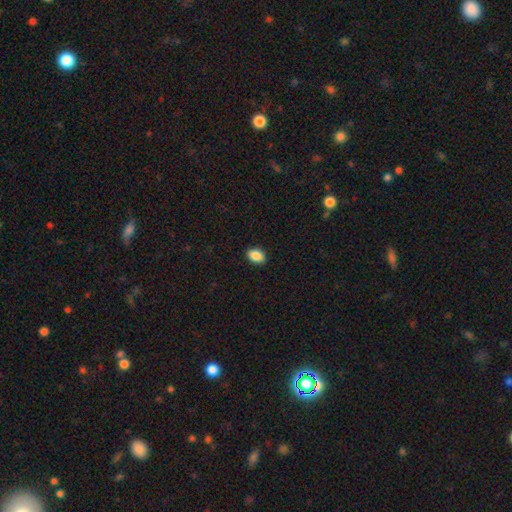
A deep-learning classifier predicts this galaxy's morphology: Smooth or featured? Predicted: smooth (p=0.89). How rounded? Predicted: in between (p=0.88). Merging? Predicted: none (p=0.90).